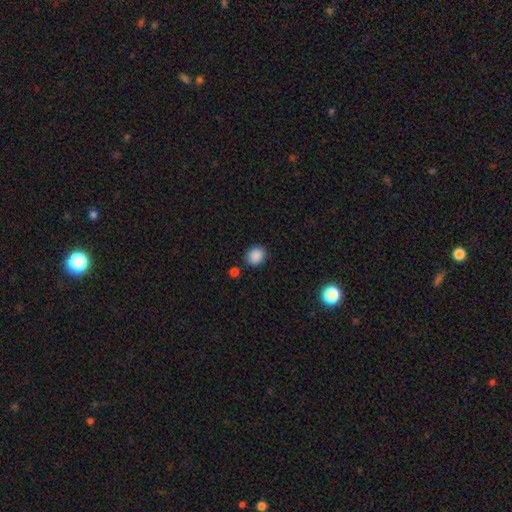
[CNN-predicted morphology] This is clearly a smooth galaxy (88%). How rounded: likely round (62%). Merging: clearly none (83%).